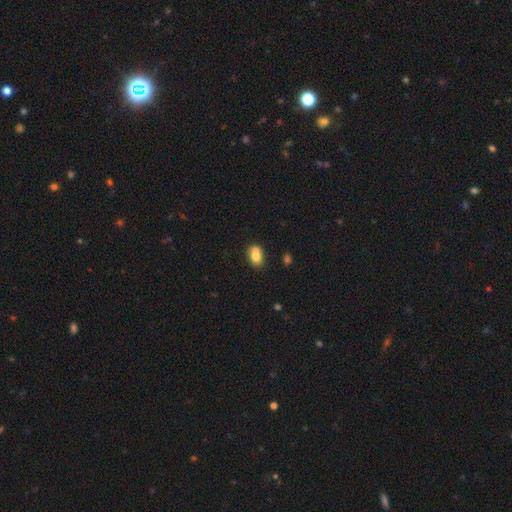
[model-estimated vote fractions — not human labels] A smooth galaxy with no disk features (76%) that is in between round and cigar-shaped (73%). Merging: none (48%).